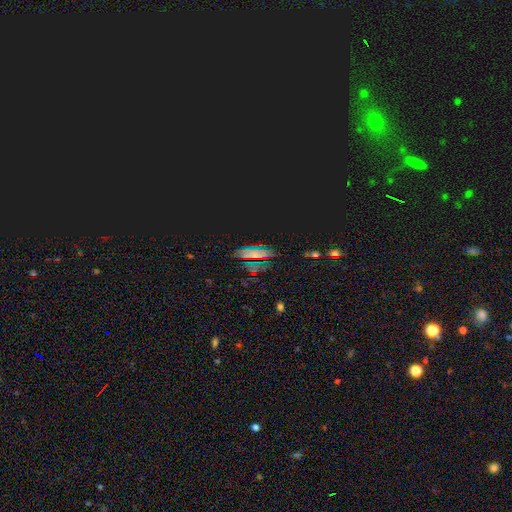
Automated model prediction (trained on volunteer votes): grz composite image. It shows a star or artifact, not a galaxy (52%).